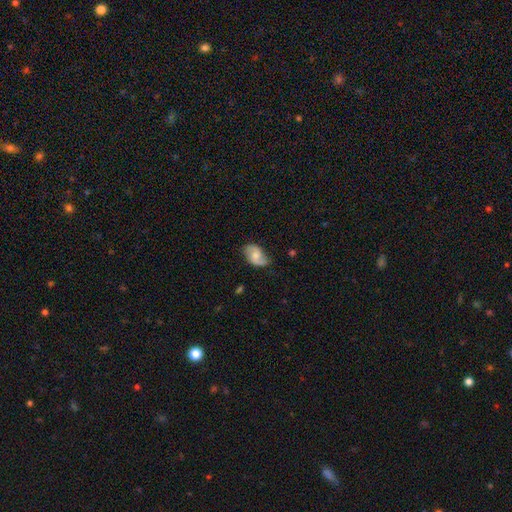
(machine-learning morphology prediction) This is possibly a featured or disk galaxy (56%). It is clearly not viewed edge-on (97%). Bar: possibly no (55%). Spiral arm pattern: clearly yes (90%). Central bulge: possibly moderate (49%). Merging: likely none (69%).